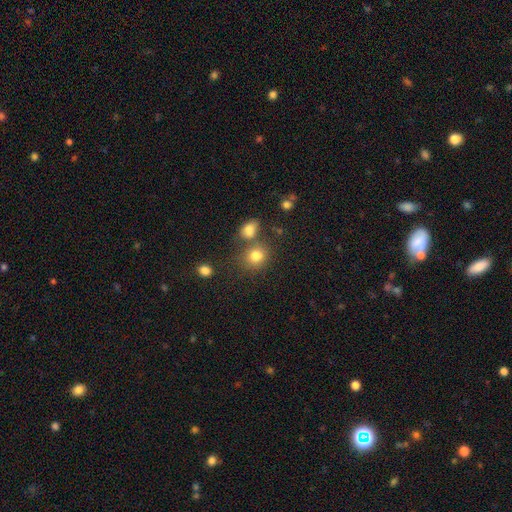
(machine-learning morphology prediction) smooth 80%, star or artifact 13%, featured or disk 7%. Down the decision tree: how rounded — round (72%); merging — none (60%).